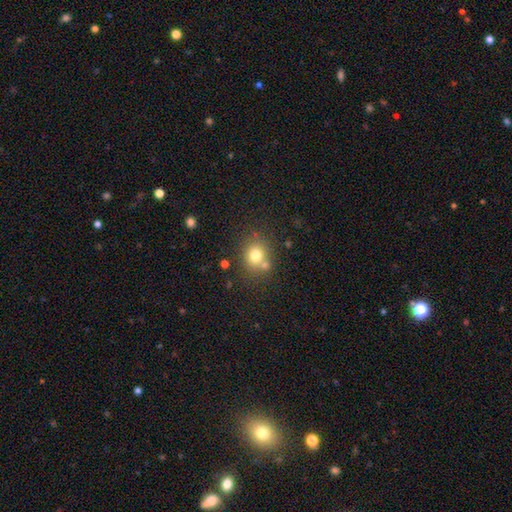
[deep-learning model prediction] Smooth or featured: smooth — 75% (star or artifact — 14%)
How rounded: round — 75% (in between — 24%)
Merging: none — 66% (merger — 19%)